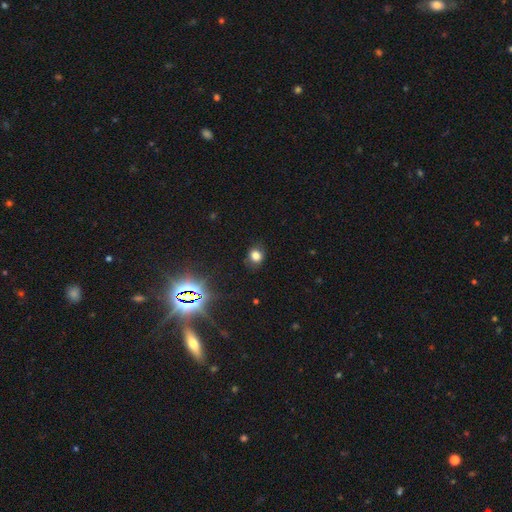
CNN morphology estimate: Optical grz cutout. It shows a smooth galaxy with no disk features (75%) that is round (70%). Merging: none (82%).